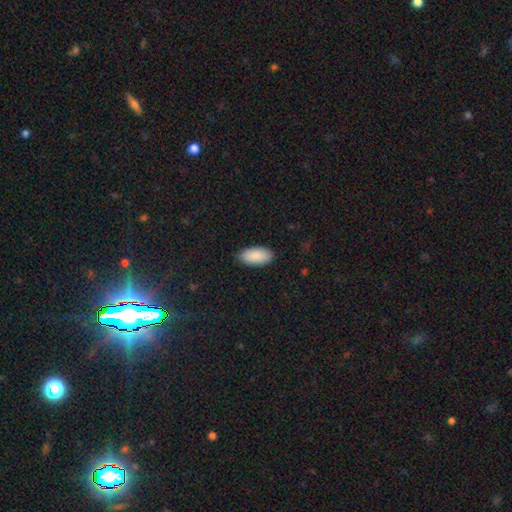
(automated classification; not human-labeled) Smooth or featured? Predicted: smooth (p=0.90). How rounded? Predicted: in between (p=0.93). Merging? Predicted: none (p=0.87).